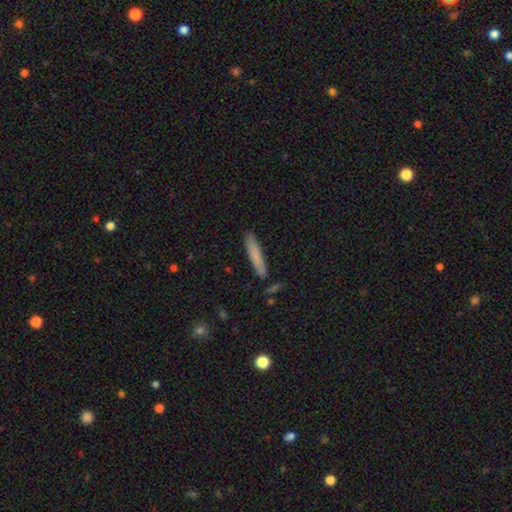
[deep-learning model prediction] The model was most divided on "smooth or featured": smooth: 78%, featured or disk: 15%, star or artifact: 6%. More confident: how rounded — cigar-shaped (92%); merging — none (84%).